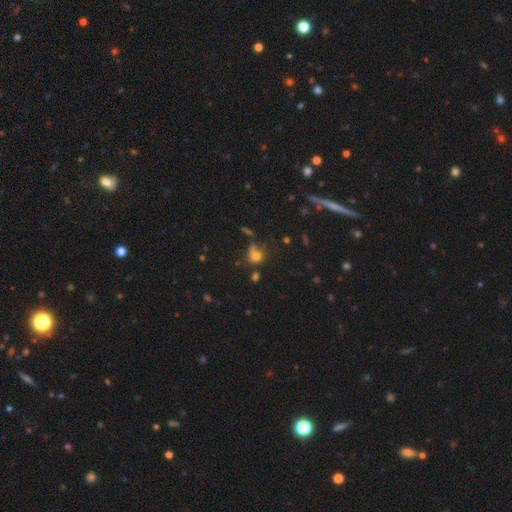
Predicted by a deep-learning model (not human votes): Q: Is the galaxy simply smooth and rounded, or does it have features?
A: smooth — 68%.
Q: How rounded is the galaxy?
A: round — 66%.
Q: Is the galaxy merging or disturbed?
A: none — 41%.